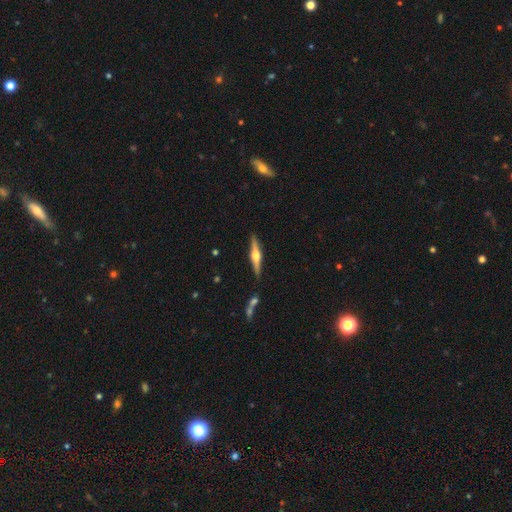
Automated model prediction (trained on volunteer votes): This is likely a featured or disk galaxy (74%). It is clearly viewed edge-on (98%). Edge-on bulge: clearly rounded (94%). Merging: clearly none (88%).